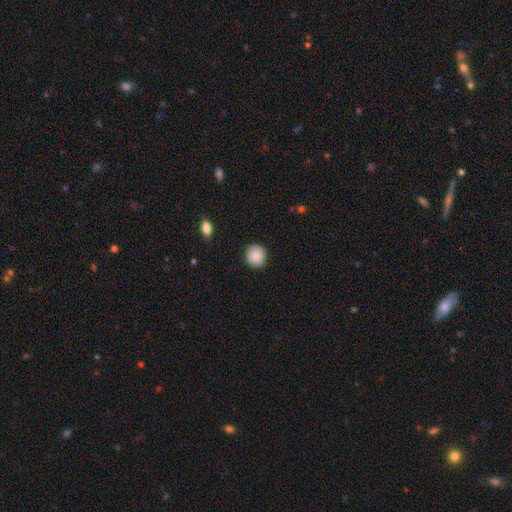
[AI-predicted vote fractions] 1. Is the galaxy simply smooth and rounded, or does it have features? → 87% smooth, 8% star or artifact, 6% featured or disk.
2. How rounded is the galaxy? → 89% round, 10% in between, 1% cigar-shaped.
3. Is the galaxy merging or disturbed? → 89% none, 8% minor disturbance, 2% major disturbance, 1% merger.